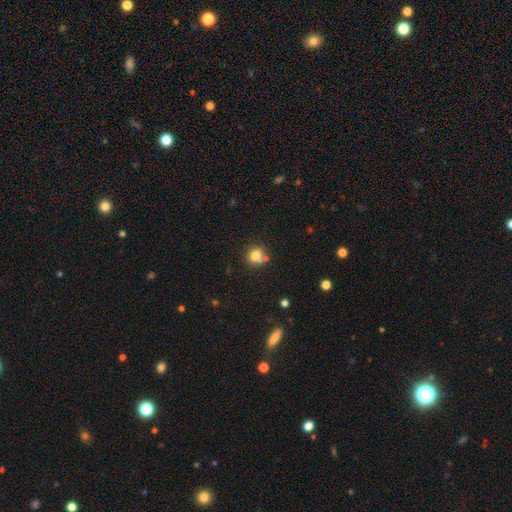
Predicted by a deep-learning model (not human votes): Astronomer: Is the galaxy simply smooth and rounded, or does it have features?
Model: smooth — 78%.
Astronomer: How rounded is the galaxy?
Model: round — 84%.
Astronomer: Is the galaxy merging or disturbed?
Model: none — 62%.